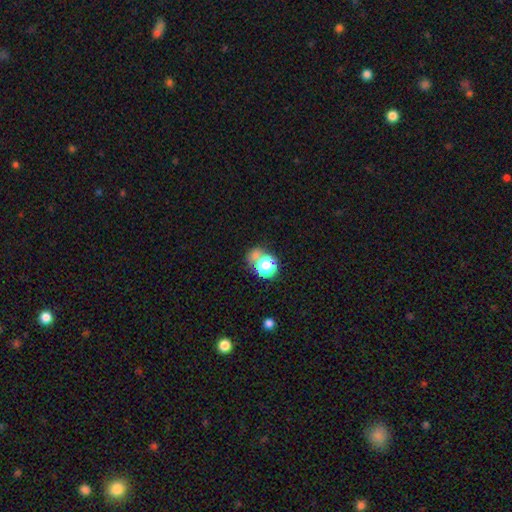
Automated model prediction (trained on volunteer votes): Smooth or featured? Predicted: smooth (p=0.64). How rounded? Predicted: round (p=0.73). Merging? Predicted: none (p=0.48).